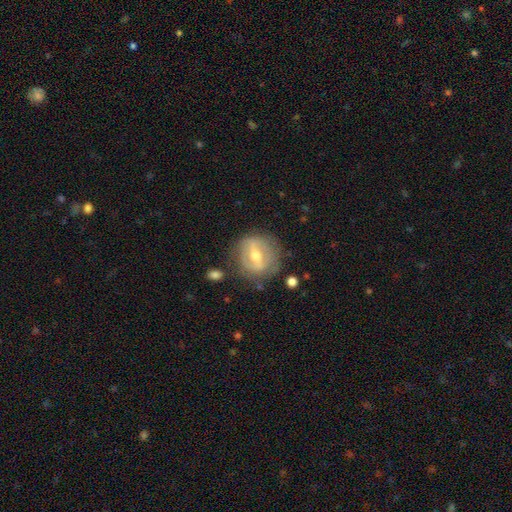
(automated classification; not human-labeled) This appears to be a featured or disk galaxy (66%) with a strong bar (49%), no spiral arms (58%) and a moderate central bulge (68%). Merging: none (73%).